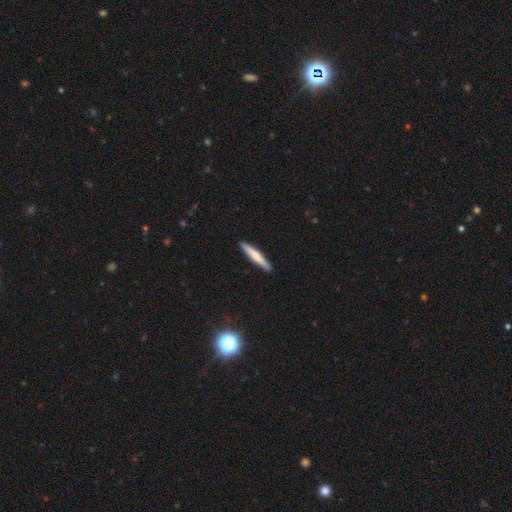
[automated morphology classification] Smooth or featured?
  - smooth: 61% *
  - featured or disk: 34%
  - star or artifact: 5%
How rounded?
  - cigar-shaped: 93% *
  - in between: 5%
  - round: 1%
Merging?
  - none: 92% *
  - minor disturbance: 6%
  - major disturbance: 1%
  - merger: 1%